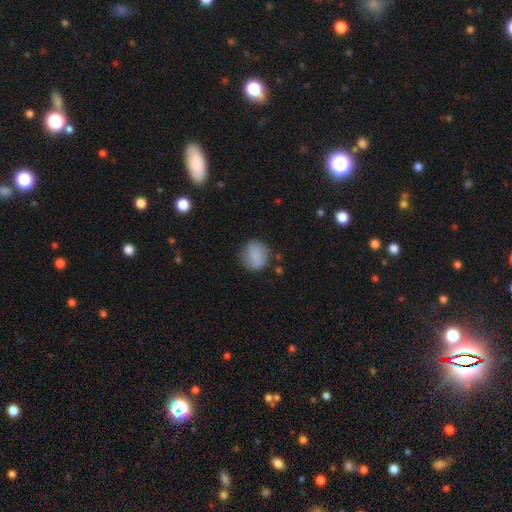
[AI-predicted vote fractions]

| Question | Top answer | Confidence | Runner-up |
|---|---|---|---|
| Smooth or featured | smooth | 84% | featured or disk (8%) |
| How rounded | round | 80% | in between (18%) |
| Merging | none | 76% | minor disturbance (17%) |